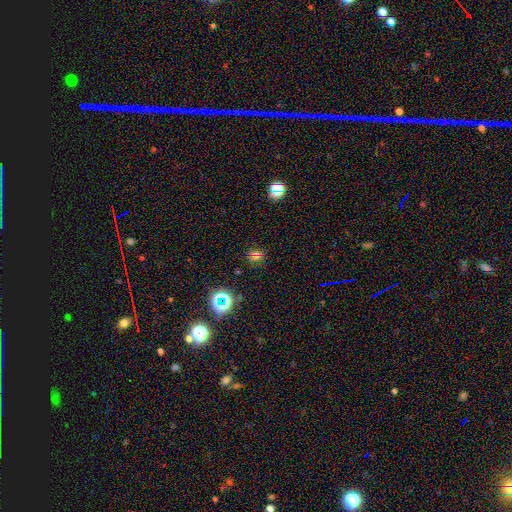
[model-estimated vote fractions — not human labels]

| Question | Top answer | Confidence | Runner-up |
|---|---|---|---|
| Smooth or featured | smooth | 51% | star or artifact (39%) |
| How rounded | round | 75% | in between (24%) |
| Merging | none | 77% | minor disturbance (12%) |